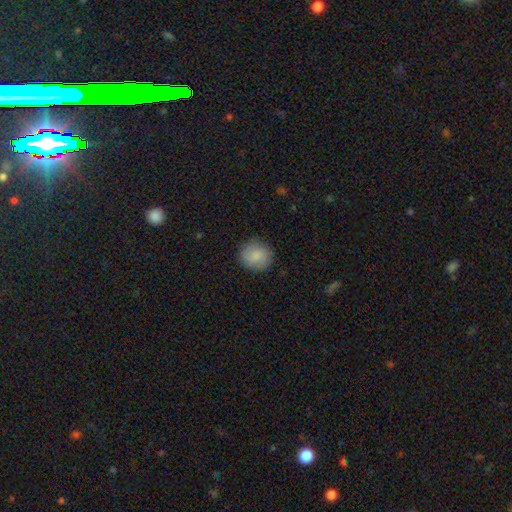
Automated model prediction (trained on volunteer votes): A smooth galaxy with no disk features (85%) that is round (84%). Merging: none (86%).